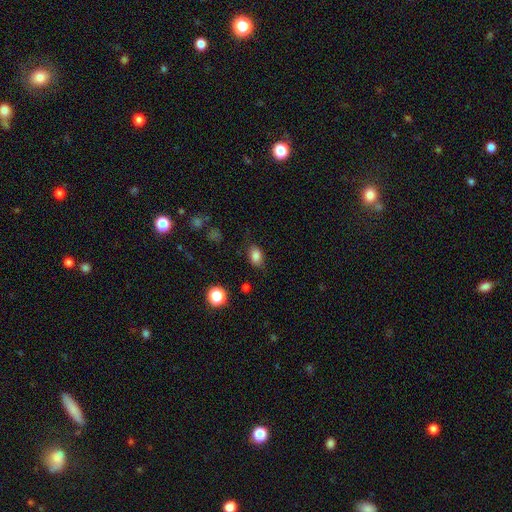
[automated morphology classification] This is clearly a smooth galaxy (83%). How rounded: clearly in between (81%). Merging: likely none (77%).